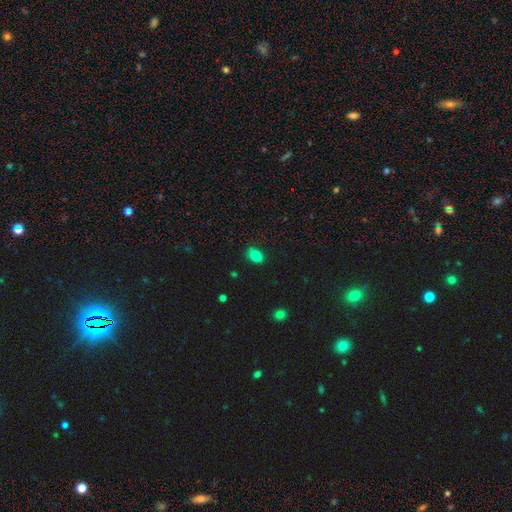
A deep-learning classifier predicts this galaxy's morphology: smooth-or-featured: smooth: 85% | star or artifact: 10% | featured or disk: 5%
  how-rounded: in between: 81% | round: 17% | cigar-shaped: 2%
  merging: none: 85% | minor disturbance: 11% | major disturbance: 2% | merger: 1%